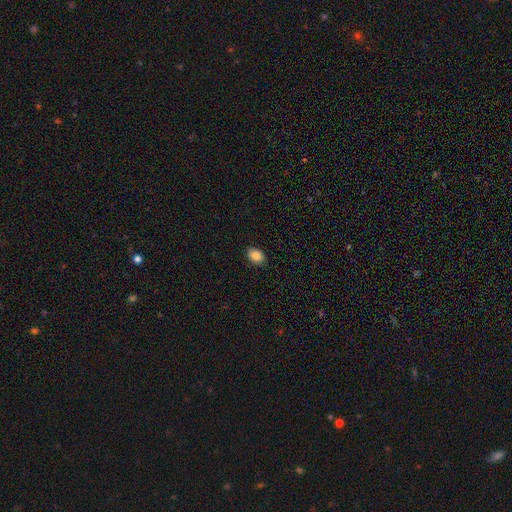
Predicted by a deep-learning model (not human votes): smooth 87%, star or artifact 8%, featured or disk 5%. Down the decision tree: how rounded — in between (76%); merging — none (90%).